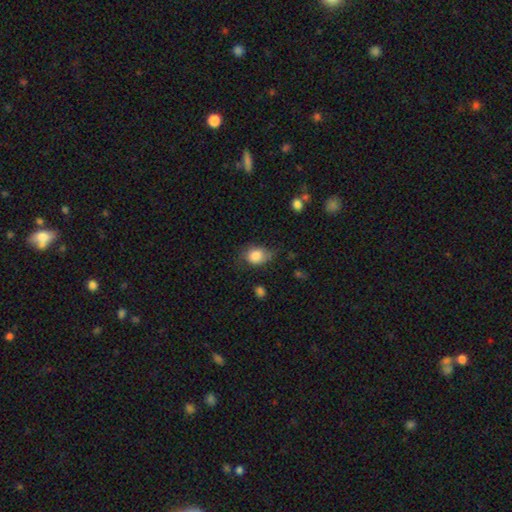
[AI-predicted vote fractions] Smooth or featured: smooth — 83% (featured or disk — 8%)
How rounded: in between — 56% (round — 43%)
Merging: none — 52% (minor disturbance — 34%)